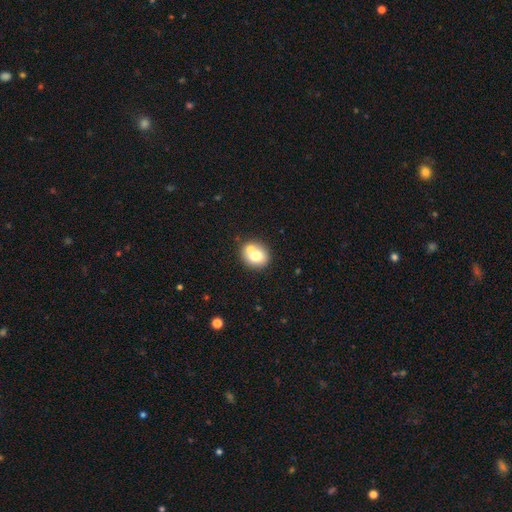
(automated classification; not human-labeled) Smooth or featured? Predicted: smooth (p=0.70). How rounded? Predicted: round (p=0.72). Merging? Predicted: none (p=0.52).